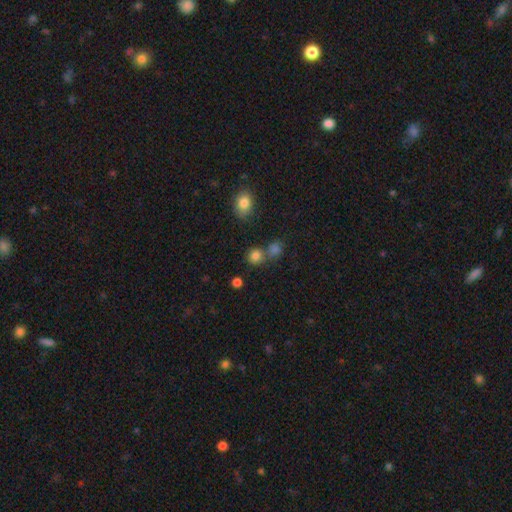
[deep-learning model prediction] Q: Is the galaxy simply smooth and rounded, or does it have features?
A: smooth — 80%.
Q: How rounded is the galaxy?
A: round — 82%.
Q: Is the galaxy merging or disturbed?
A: none — 62%.